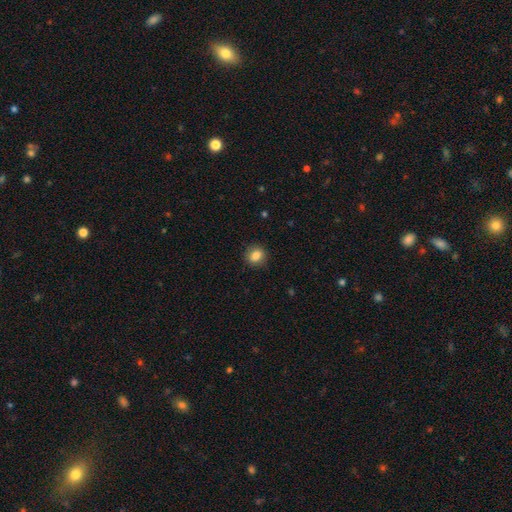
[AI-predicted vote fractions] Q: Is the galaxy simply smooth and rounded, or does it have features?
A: smooth — 84%.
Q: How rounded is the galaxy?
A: round — 71%.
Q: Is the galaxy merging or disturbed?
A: none — 87%.